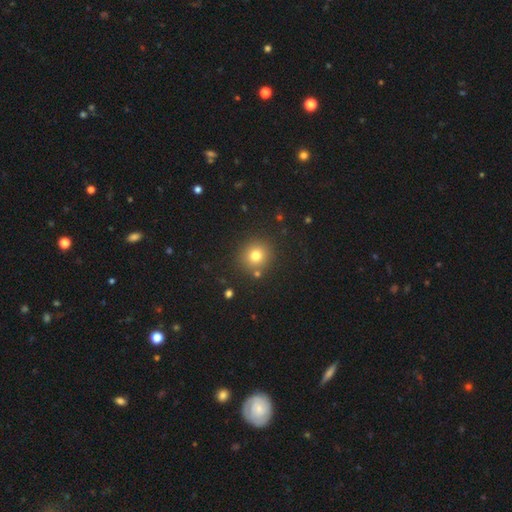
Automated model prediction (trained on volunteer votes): This is likely a smooth galaxy (76%). How rounded: clearly round (92%). Merging: clearly none (86%).